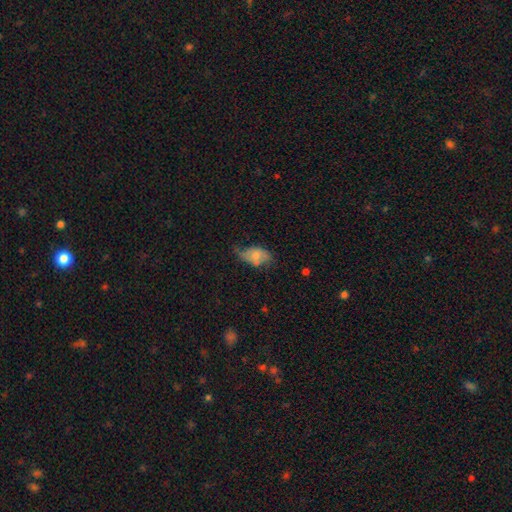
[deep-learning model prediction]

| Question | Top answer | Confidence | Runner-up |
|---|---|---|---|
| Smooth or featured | smooth | 60% | featured or disk (32%) |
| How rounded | in between | 91% | round (7%) |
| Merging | none | 40% | minor disturbance (38%) |